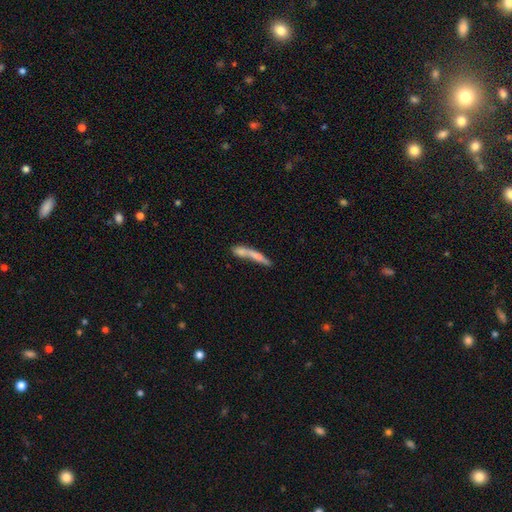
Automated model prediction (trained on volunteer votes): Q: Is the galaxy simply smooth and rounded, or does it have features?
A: smooth — 59%.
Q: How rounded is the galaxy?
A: cigar-shaped — 87%.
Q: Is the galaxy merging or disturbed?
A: merger — 41%.